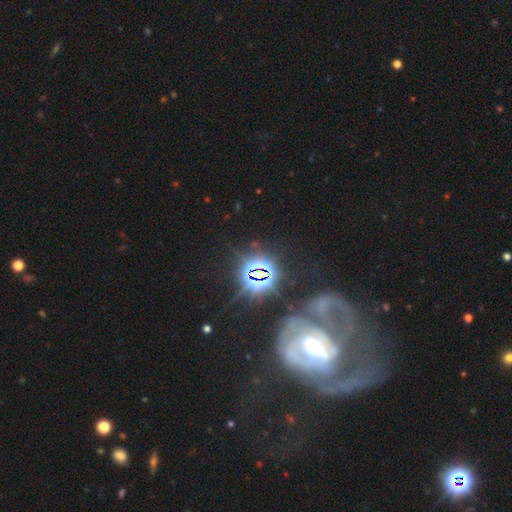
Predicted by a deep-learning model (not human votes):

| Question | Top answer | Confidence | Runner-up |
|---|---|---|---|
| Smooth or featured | featured or disk | 61% | star or artifact (21%) |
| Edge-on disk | no | 93% | yes (7%) |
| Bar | no | 49% | weak (29%) |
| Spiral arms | yes | 62% | no (38%) |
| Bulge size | moderate | 52% | small (29%) |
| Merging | none | 30% | tied: major disturbance (30%) |